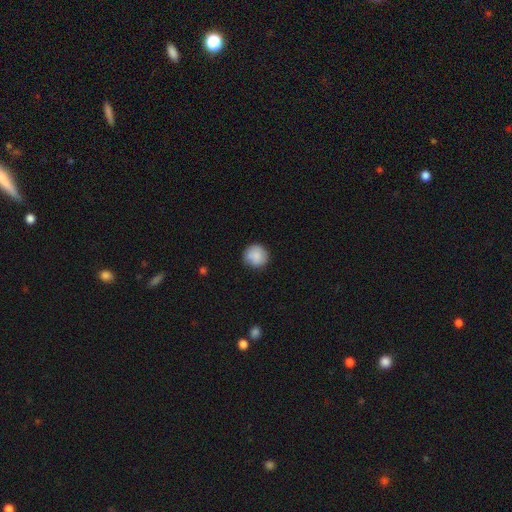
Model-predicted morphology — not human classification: A smooth galaxy with no disk features (85%) that is round (93%). Merging: none (84%).